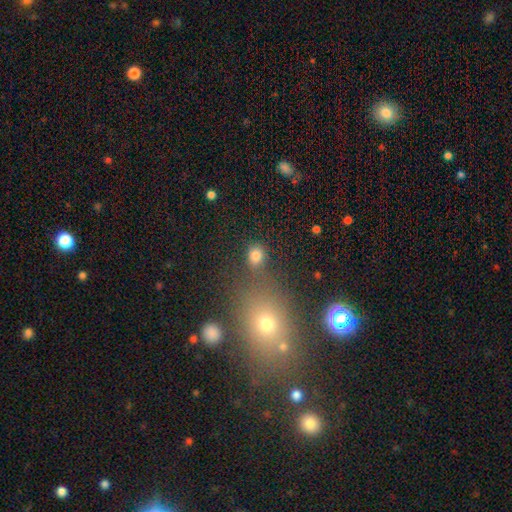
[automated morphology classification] smooth-or-featured: smooth: 79% | star or artifact: 15% | featured or disk: 6%
  how-rounded: round: 71% | in between: 27% | cigar-shaped: 1%
  merging: none: 72% | merger: 12% | minor disturbance: 11% | major disturbance: 5%